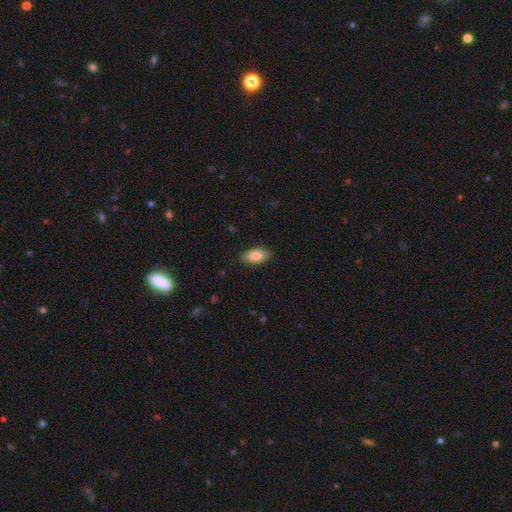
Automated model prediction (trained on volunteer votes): A smooth galaxy with no disk features (82%) that is in between round and cigar-shaped (88%).

Vote fractions:
- Smooth or featured? smooth: 82% / featured or disk: 12% / star or artifact: 7%
- How rounded? in between: 88% / cigar-shaped: 9% / round: 3%
- Merging? none: 86% / minor disturbance: 10% / major disturbance: 2% / merger: 1%